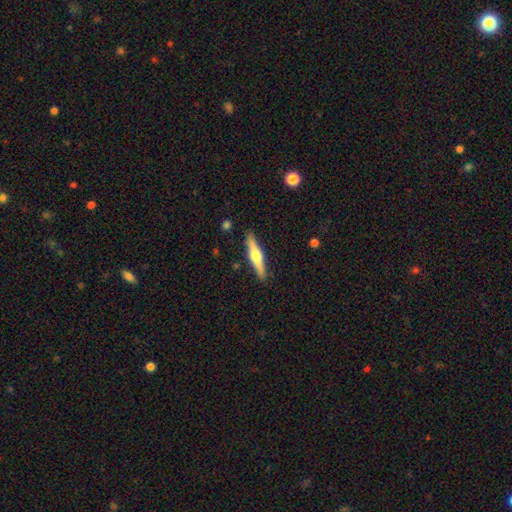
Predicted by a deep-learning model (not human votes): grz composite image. It shows a featured or disk galaxy (63%) viewed edge-on (97%) with a rounded central bulge (93%). Merging: none (90%).